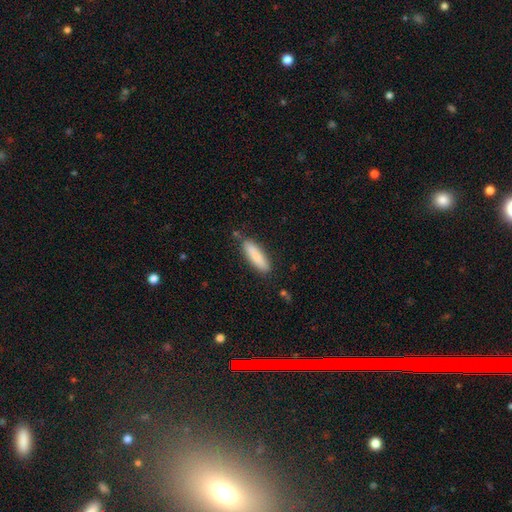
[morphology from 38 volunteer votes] Overall: smooth (92%). How rounded: cigar-shaped (89%). Merging: none (84%).